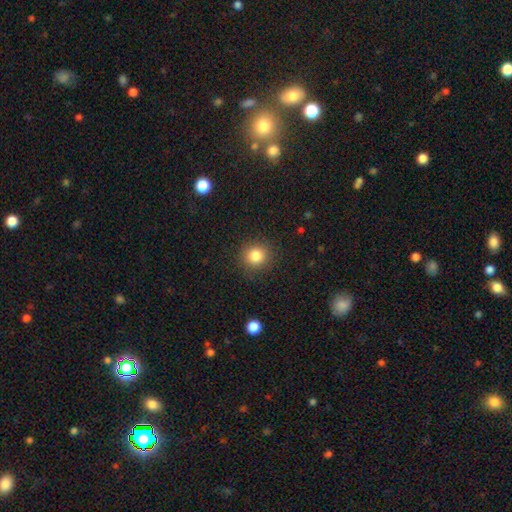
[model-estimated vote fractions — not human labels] Smooth or featured? smooth (83%)
How rounded? round (90%)
Merging? none (89%)